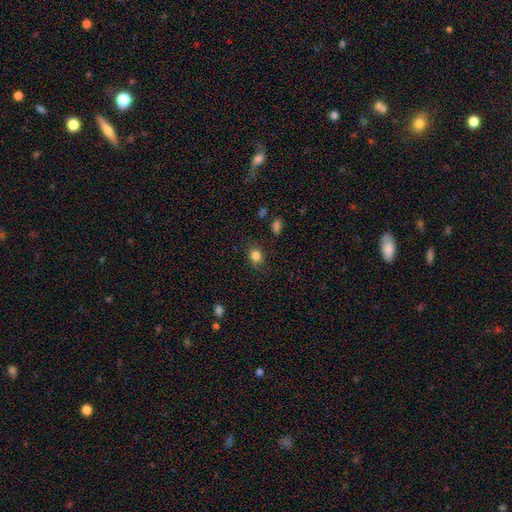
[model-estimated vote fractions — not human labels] Morphology: type=smooth (83%); roundness=in between (54%); merging=none (78%).